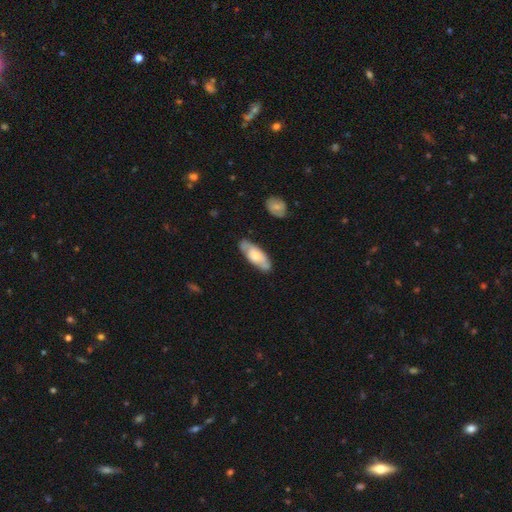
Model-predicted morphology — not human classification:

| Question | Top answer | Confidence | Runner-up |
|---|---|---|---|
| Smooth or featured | smooth | 52% | featured or disk (43%) |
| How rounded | in between | 70% | cigar-shaped (28%) |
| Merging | none | 75% | minor disturbance (18%) |